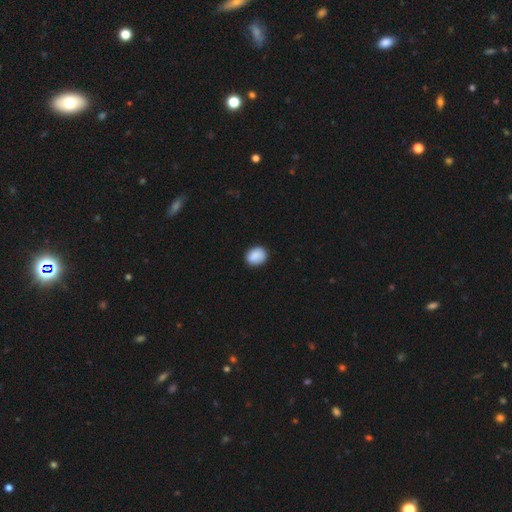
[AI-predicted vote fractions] The model was most divided on "how rounded": round: 50%, in between: 49%, cigar-shaped: 1%. More confident: smooth or featured — smooth (88%); merging — none (84%).